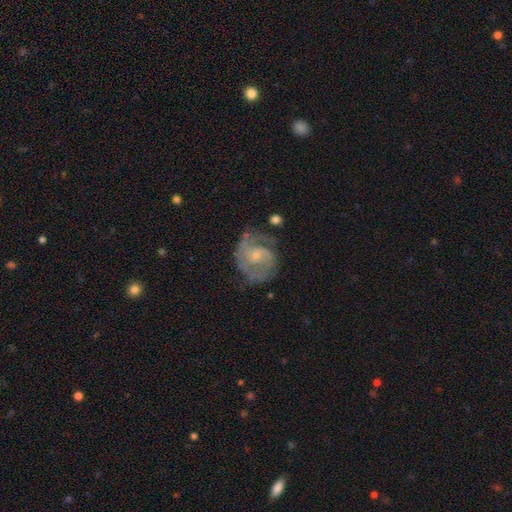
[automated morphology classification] featured or disk 82%, smooth 12%, star or artifact 6%. Down the decision tree: edge-on disk — no (98%); bar — no (56%); spiral arms — yes (93%); spiral arm count — 2 (66%); spiral winding — medium (46%); bulge size — small (70%); merging — none (61%).